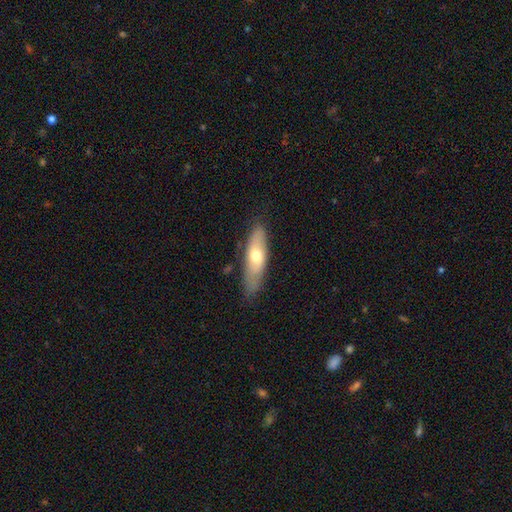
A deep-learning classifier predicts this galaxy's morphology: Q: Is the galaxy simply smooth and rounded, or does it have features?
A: smooth — 58%.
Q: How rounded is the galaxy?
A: in between — 55%.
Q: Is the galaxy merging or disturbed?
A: none — 74%.